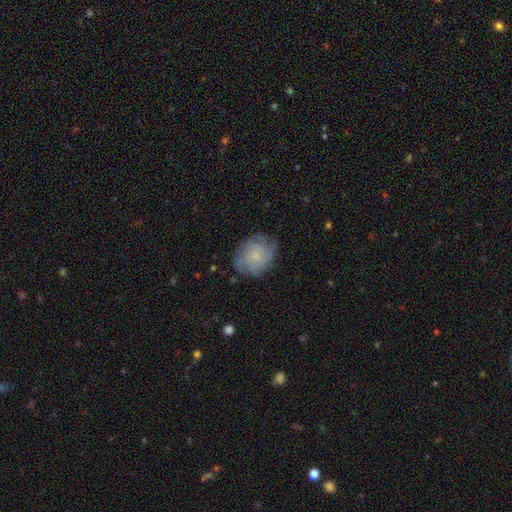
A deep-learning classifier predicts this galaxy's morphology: Smooth or featured?
  - smooth: 52% *
  - featured or disk: 39%
  - star or artifact: 8%
How rounded?
  - round: 55% *
  - in between: 44%
  - cigar-shaped: 1%
Merging?
  - none: 71% *
  - minor disturbance: 21%
  - major disturbance: 7%
  - merger: 1%